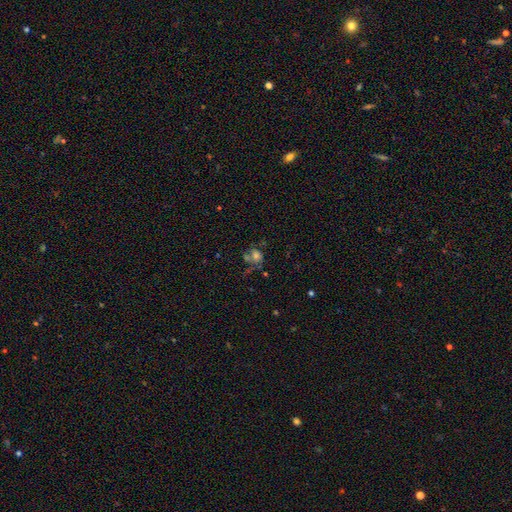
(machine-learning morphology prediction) Q: Smooth or featured?
A: smooth (49%); runner-up: featured or disk (30%)
Q: Merging?
A: none (38%); runner-up: merger (22%)